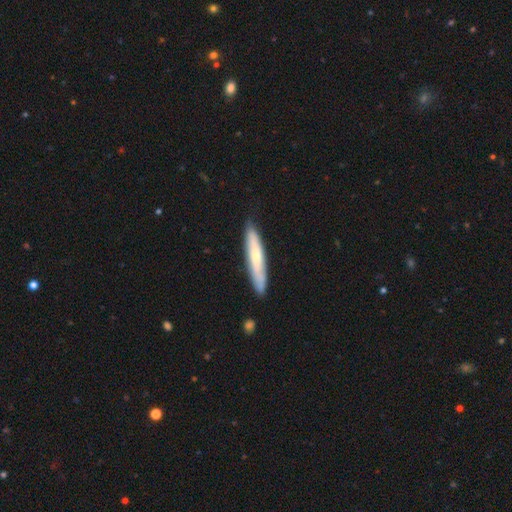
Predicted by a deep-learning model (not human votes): This appears to be a smooth galaxy with no disk features (60%) that is cigar-shaped (91%). Merging: none (84%).